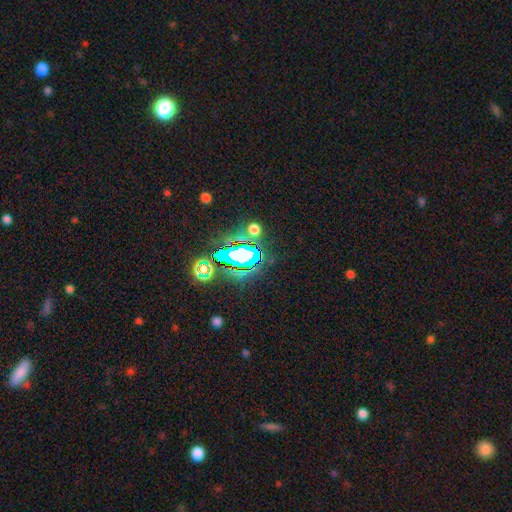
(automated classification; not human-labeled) A star or artifact, not a galaxy (75%).